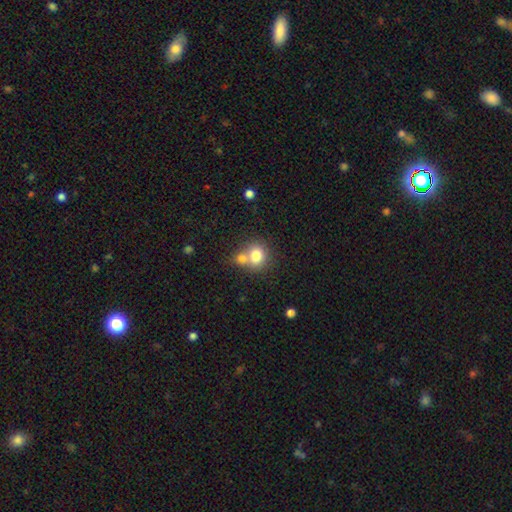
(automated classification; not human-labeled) This appears to be a smooth galaxy with no disk features (78%) that is round (75%). Merging: merger (46%).